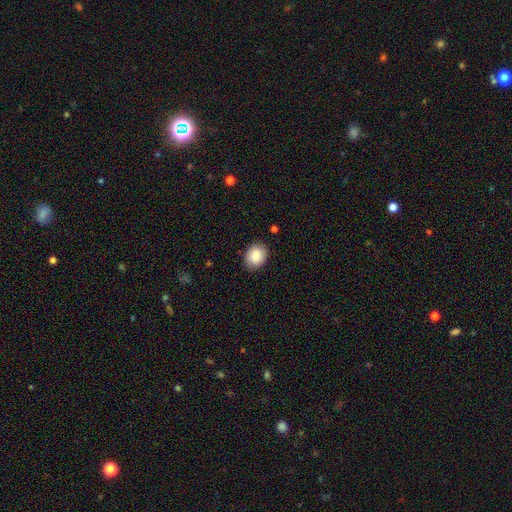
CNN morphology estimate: Smooth or featured? Predicted: smooth (p=0.85). How rounded? Predicted: in between (p=0.54). Merging? Predicted: none (p=0.86).